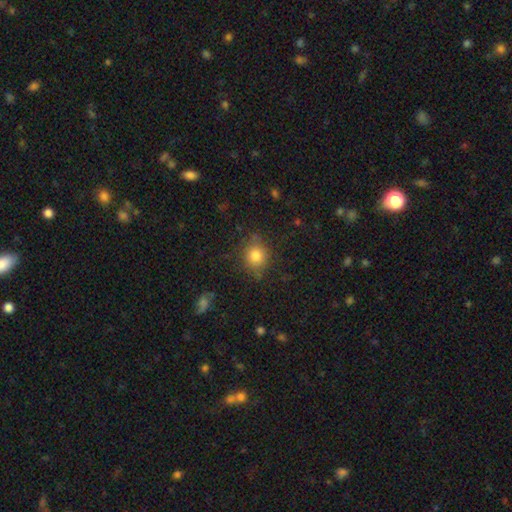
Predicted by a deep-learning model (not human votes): Smooth or featured? smooth (80%)
How rounded? round (80%)
Merging? none (79%)